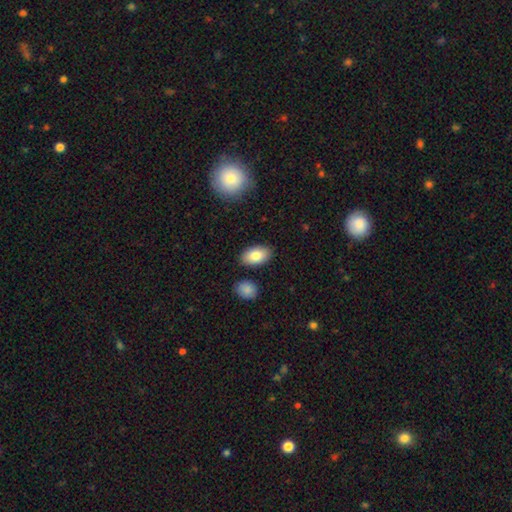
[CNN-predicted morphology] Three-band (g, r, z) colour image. It shows a smooth galaxy with no disk features (83%) that is in between round and cigar-shaped (93%). Merging: none (85%).